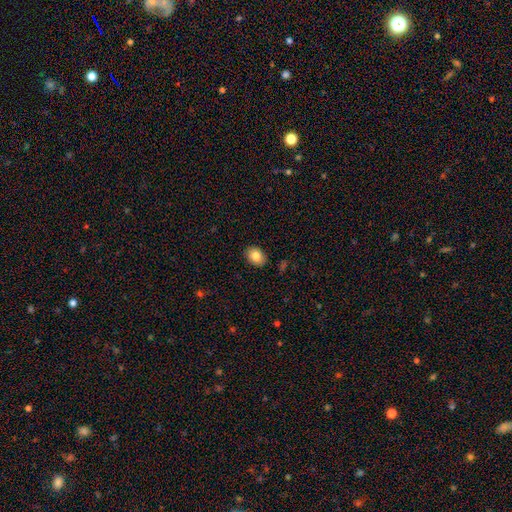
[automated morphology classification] smooth-or-featured: smooth: 84% | featured or disk: 8% | star or artifact: 8%
  how-rounded: in between: 72% | round: 27% | cigar-shaped: 1%
  merging: none: 88% | minor disturbance: 9% | major disturbance: 2% | merger: 1%